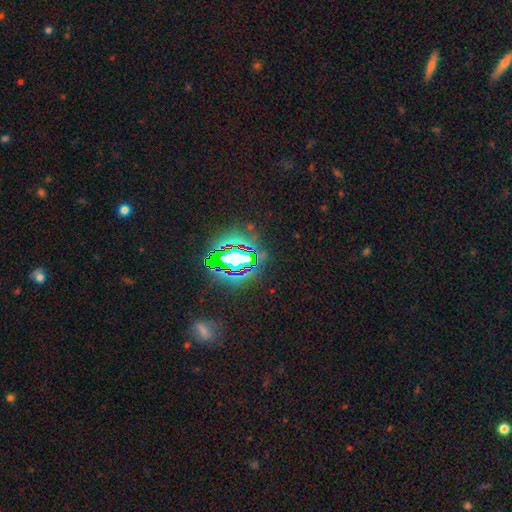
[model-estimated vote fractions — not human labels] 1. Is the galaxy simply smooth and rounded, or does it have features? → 77% star or artifact, 13% smooth, 10% featured or disk.